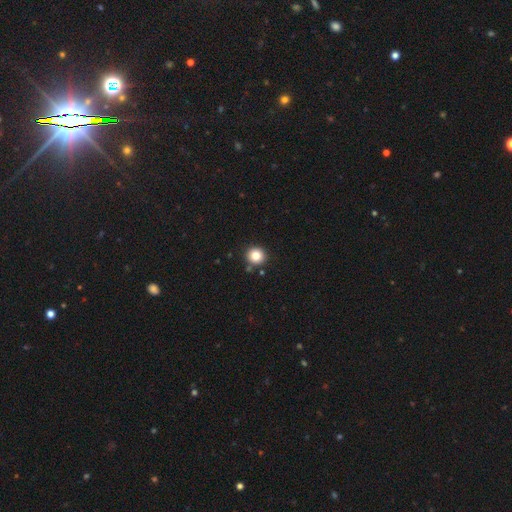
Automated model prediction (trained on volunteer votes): smooth_or_featured: smooth (p=0.83) [alt: star or artifact p=0.11]
how_rounded: round (p=0.92) [alt: in between p=0.07]
merging: none (p=0.88) [alt: minor disturbance p=0.06]